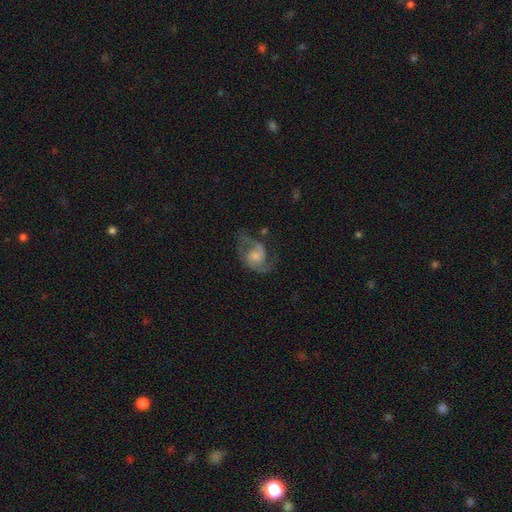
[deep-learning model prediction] Smooth or featured? Predicted: featured or disk (p=0.79). Edge-on disk? Predicted: no (p=0.98). Bar? Predicted: no (p=0.57). Spiral arms? Predicted: yes (p=0.93). Spiral winding? Predicted: medium (p=0.52). Spiral arm count? Predicted: 2 (p=0.86). Bulge size? Predicted: moderate (p=0.34). Merging? Predicted: none (p=0.55).